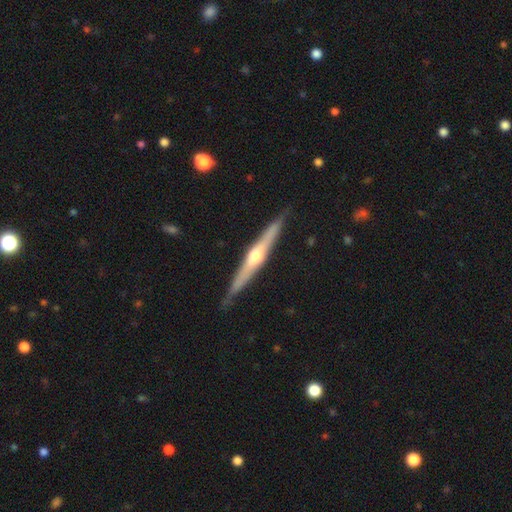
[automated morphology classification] A featured or disk galaxy (78%) viewed edge-on (98%) with a rounded central bulge (87%).

Vote fractions:
- Smooth or featured? featured or disk: 78% / smooth: 17% / star or artifact: 5%
- Edge-on disk? yes: 98% / no: 2%
- Edge-on bulge? rounded: 87% / none: 7% / boxy: 5%
- Merging? none: 88% / minor disturbance: 9% / major disturbance: 2% / merger: 1%